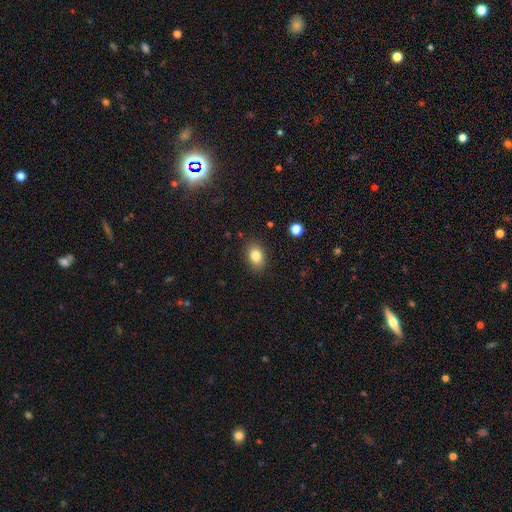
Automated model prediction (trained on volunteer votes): Smooth or featured: smooth — 83% (star or artifact — 9%)
How rounded: in between — 78% (round — 21%)
Merging: none — 87% (minor disturbance — 9%)